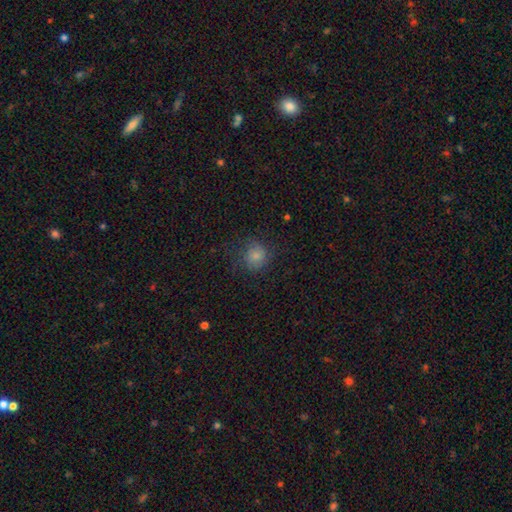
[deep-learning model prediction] A smooth galaxy with no disk features (78%) that is round (82%).

Vote fractions:
- Smooth or featured? smooth: 78% / star or artifact: 12% / featured or disk: 10%
- How rounded? round: 82% / in between: 17% / cigar-shaped: 1%
- Merging? none: 68% / minor disturbance: 19% / major disturbance: 12% / merger: 1%